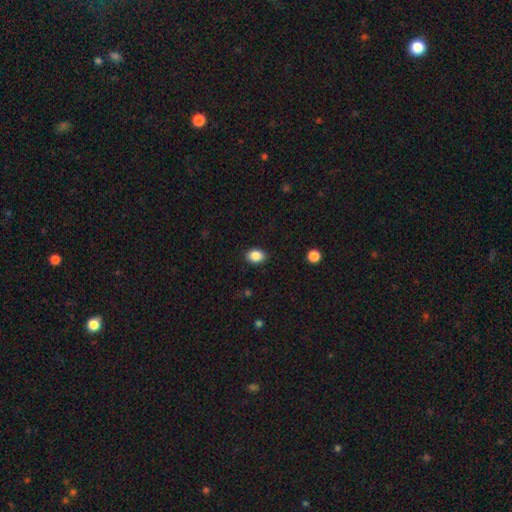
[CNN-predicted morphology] Smooth or featured? Predicted: smooth (p=0.87). How rounded? Predicted: in between (p=0.67). Merging? Predicted: none (p=0.88).